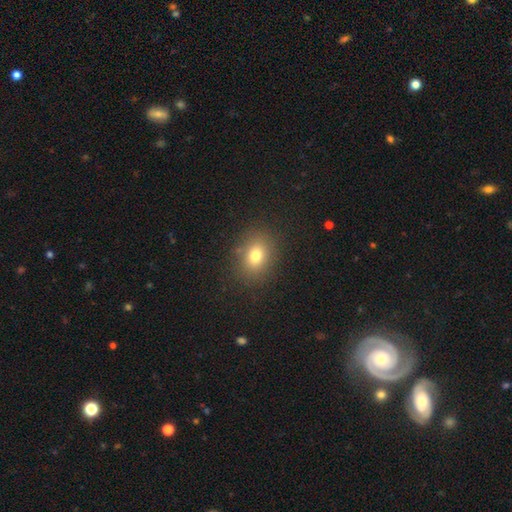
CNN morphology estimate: A smooth galaxy with no disk features (76%) that is in between round and cigar-shaped (53%). Merging: none (85%).